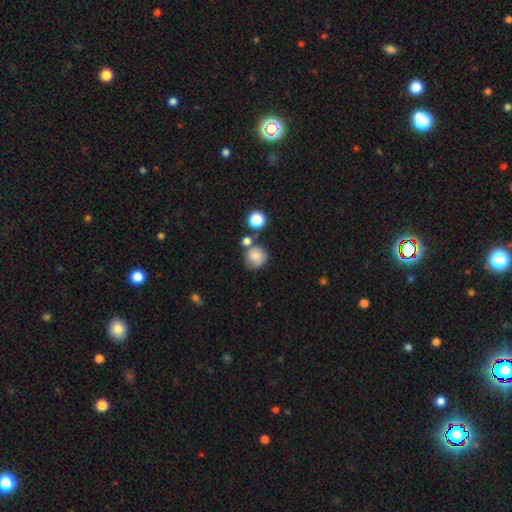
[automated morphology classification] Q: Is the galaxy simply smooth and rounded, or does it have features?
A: smooth — 76%.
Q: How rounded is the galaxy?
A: round — 87%.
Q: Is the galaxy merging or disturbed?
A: none — 56%.